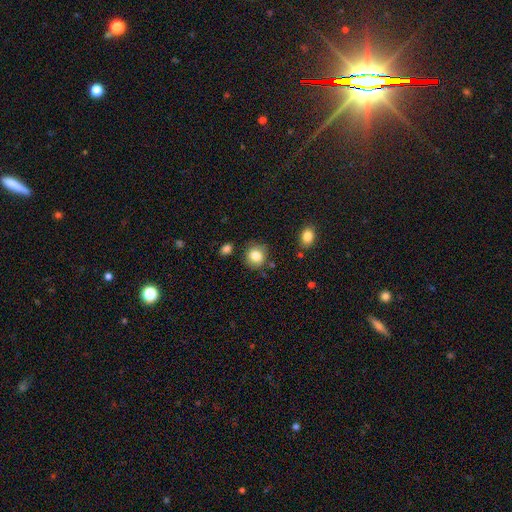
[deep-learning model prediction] Overall: smooth (83%). How rounded: round (82%). Merging: none (79%).